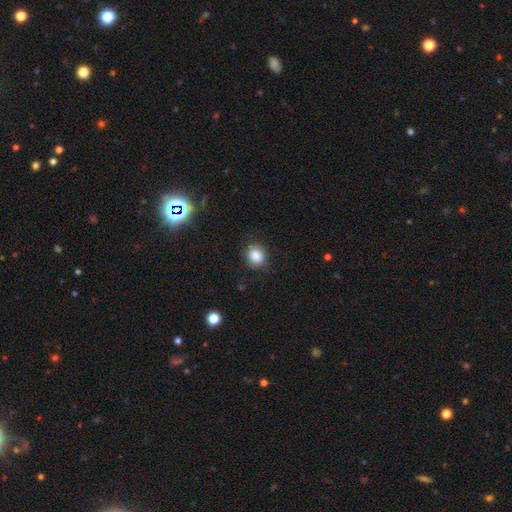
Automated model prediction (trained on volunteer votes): Smooth or featured: smooth — 86% (star or artifact — 10%)
How rounded: round — 63% (in between — 36%)
Merging: none — 83% (minor disturbance — 12%)